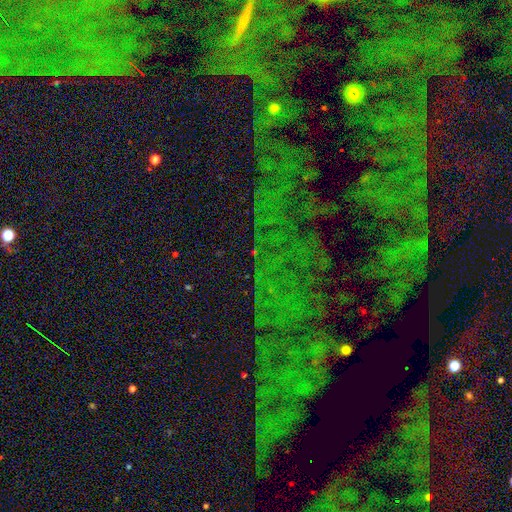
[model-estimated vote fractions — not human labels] A star or artifact, not a galaxy (84%).

Vote fractions:
- Smooth or featured? star or artifact: 84% / featured or disk: 8% / smooth: 8%